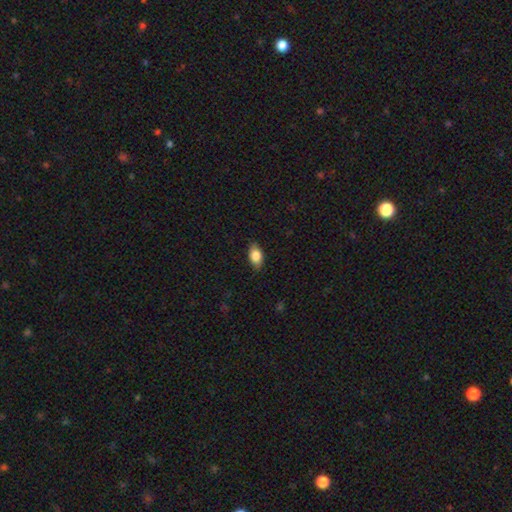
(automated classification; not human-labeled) Smooth or featured?
  - smooth: 84% *
  - featured or disk: 9%
  - star or artifact: 7%
How rounded?
  - in between: 89% *
  - round: 8%
  - cigar-shaped: 3%
Merging?
  - none: 84% *
  - minor disturbance: 13%
  - major disturbance: 2%
  - merger: 1%